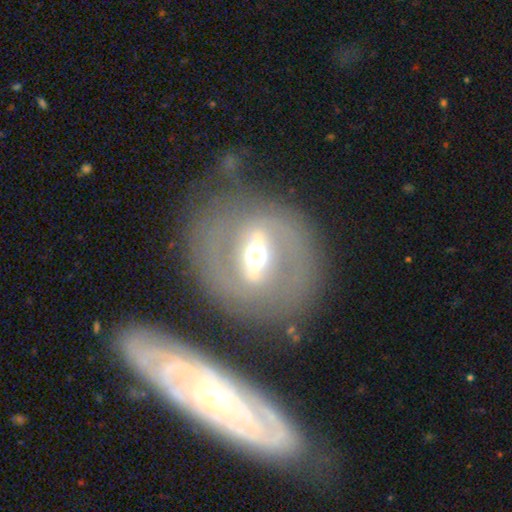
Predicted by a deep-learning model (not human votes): featured or disk 77%, smooth 16%, star or artifact 6%. Down the decision tree: edge-on disk — no (80%); bar — strong (71%); spiral arms — no (64%); bulge size — moderate (70%); merging — none (73%).